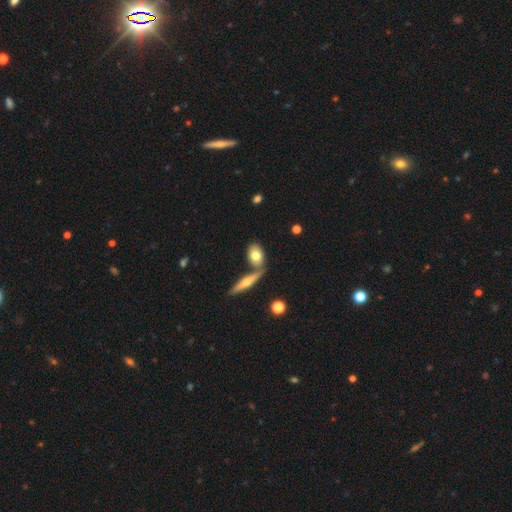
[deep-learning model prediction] This is likely a smooth galaxy (71%). How rounded: likely in between (76%). Merging: possibly none (59%).